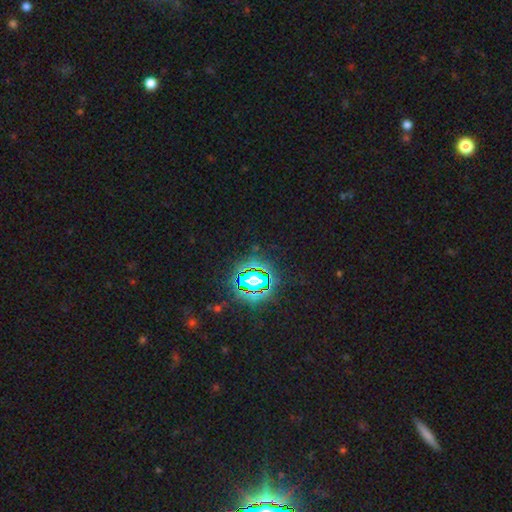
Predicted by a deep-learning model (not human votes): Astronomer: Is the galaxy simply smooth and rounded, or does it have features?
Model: star or artifact — 80%.